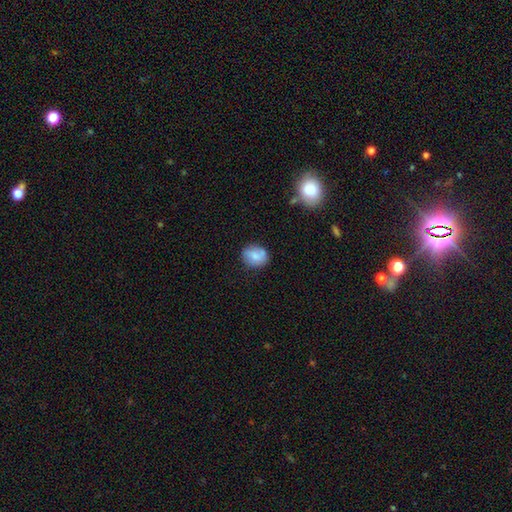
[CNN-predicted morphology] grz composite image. It shows a smooth galaxy with no disk features (76%) that is round (60%). Merging: none (72%).